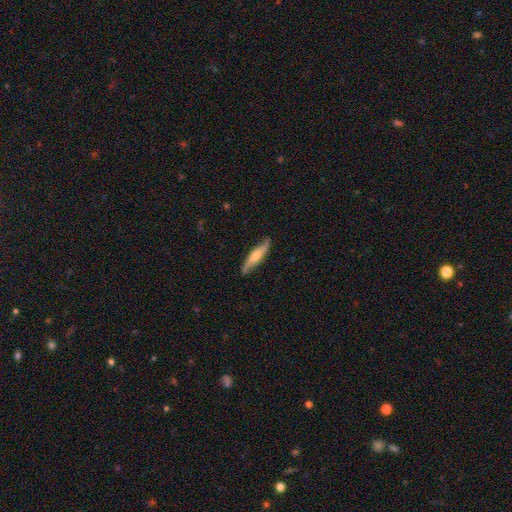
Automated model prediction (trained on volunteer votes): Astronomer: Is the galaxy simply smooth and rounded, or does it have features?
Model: featured or disk — 54% (runner-up: smooth, 41%).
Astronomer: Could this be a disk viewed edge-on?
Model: yes — 63%.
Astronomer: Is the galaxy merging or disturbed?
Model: none — 80%.